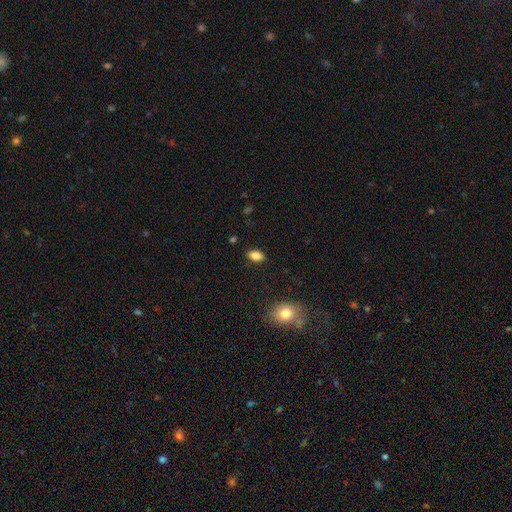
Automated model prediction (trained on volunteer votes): The model was most divided on "smooth or featured": smooth: 82%, star or artifact: 9%, featured or disk: 9%. More confident: how rounded — in between (88%); merging — none (87%).